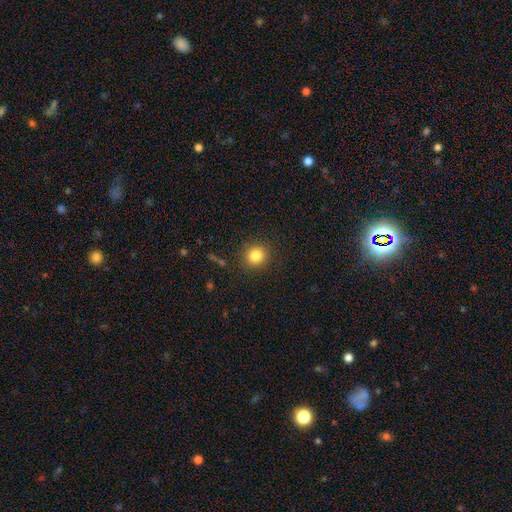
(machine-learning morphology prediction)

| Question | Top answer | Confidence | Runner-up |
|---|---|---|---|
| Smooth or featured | smooth | 82% | star or artifact (12%) |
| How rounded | round | 88% | in between (11%) |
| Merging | none | 89% | minor disturbance (7%) |